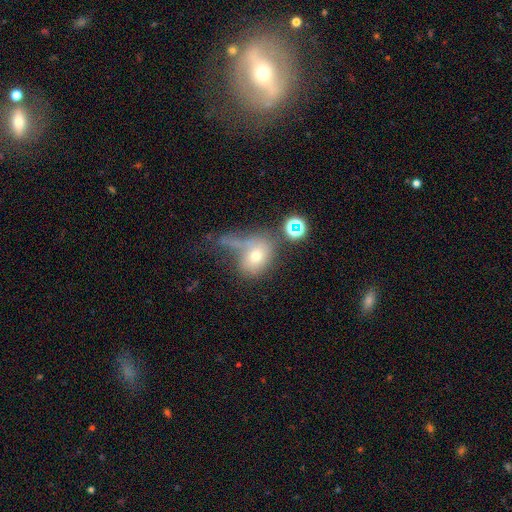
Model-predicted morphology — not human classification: smooth 61%, featured or disk 21%, star or artifact 17%. Down the decision tree: how rounded — in between (51%); merging — none (31%).